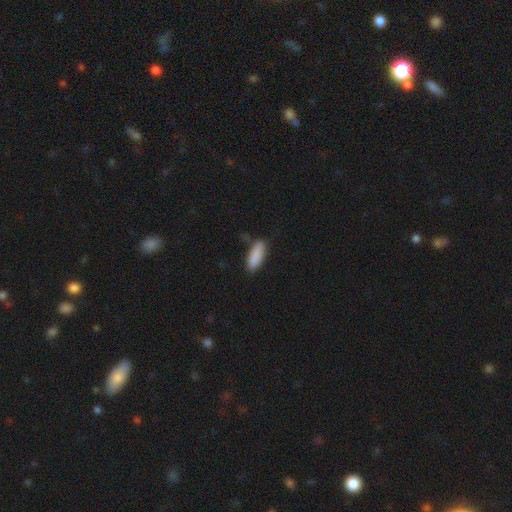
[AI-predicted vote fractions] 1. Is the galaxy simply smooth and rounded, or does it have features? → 89% smooth, 6% star or artifact, 5% featured or disk.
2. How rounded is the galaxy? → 67% in between, 31% cigar-shaped, 2% round.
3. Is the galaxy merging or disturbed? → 73% none, 20% minor disturbance, 4% major disturbance, 3% merger.